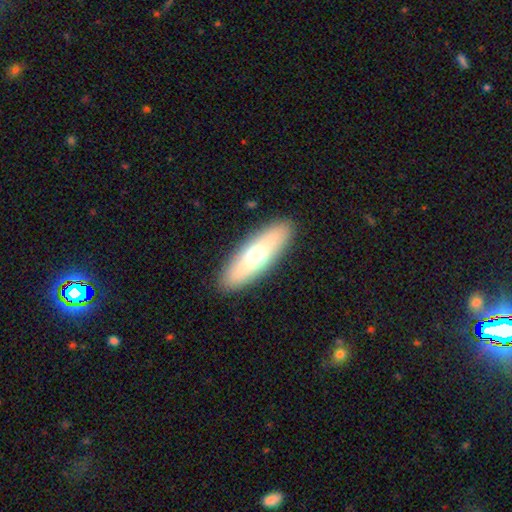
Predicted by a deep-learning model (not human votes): A smooth galaxy with no disk features (62%) that is cigar-shaped (50%). Merging: none (90%).